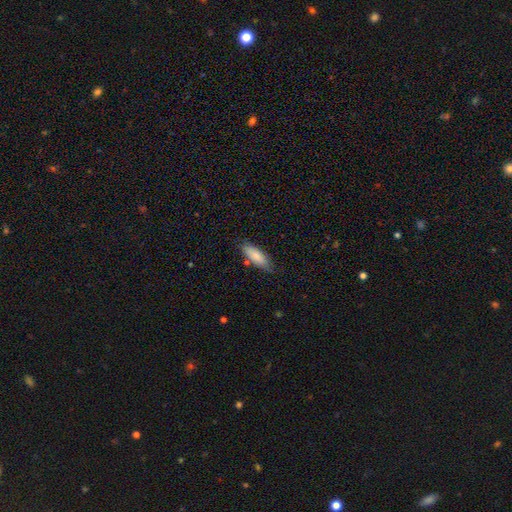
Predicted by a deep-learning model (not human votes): The model was most divided on "how rounded": in between: 66%, cigar-shaped: 32%, round: 2%. More confident: smooth or featured — smooth (82%); merging — none (77%).